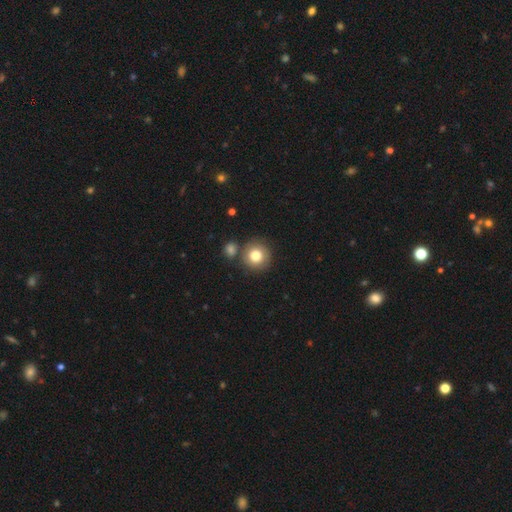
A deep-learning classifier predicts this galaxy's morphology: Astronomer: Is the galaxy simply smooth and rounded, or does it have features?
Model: smooth — 80%.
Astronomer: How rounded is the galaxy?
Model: round — 92%.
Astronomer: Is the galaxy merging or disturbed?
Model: none — 75%.